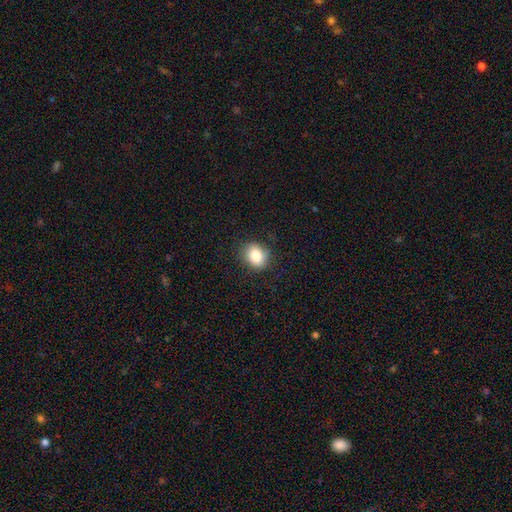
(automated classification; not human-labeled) Overall: smooth (84%). How rounded: round (57%; in between 42%). Merging: none (84%).